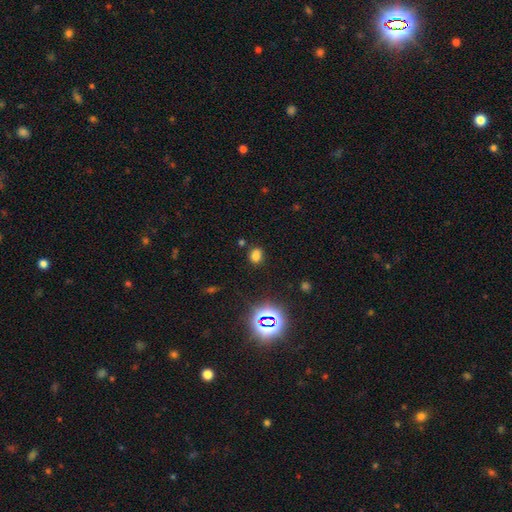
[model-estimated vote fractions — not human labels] A smooth galaxy with no disk features (69%) that is in between round and cigar-shaped (57%).

Vote fractions:
- Smooth or featured? smooth: 69% / star or artifact: 24% / featured or disk: 6%
- How rounded? in between: 57% / round: 42% / cigar-shaped: 1%
- Merging? none: 78% / minor disturbance: 12% / merger: 6% / major disturbance: 4%